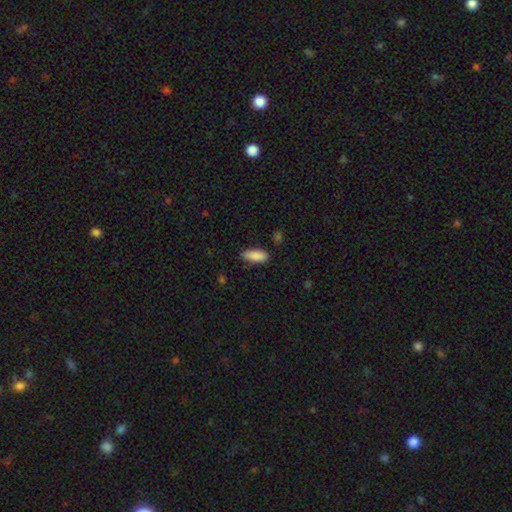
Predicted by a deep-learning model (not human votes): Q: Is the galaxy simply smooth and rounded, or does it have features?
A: smooth — 89%.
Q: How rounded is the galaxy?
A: in between — 80%.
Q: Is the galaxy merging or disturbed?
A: none — 82%.